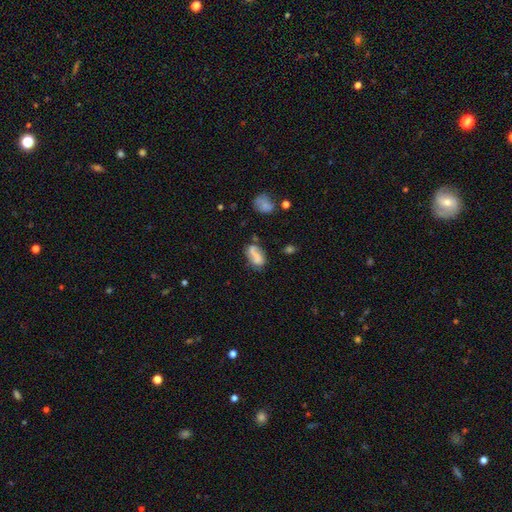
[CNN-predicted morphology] Smooth or featured? Predicted: smooth (p=0.59). How rounded? Predicted: in between (p=0.87). Merging? Predicted: none (p=0.46).